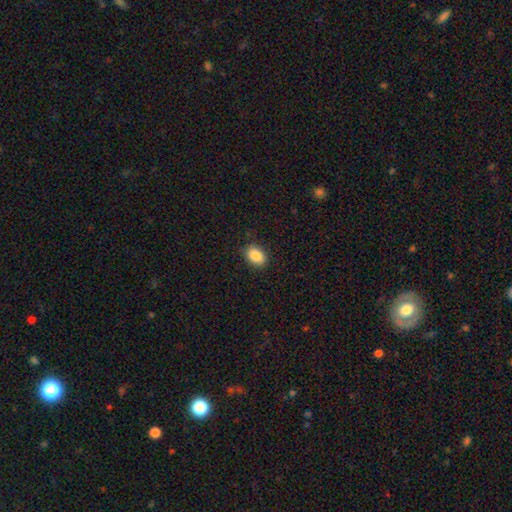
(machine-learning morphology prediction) smooth-or-featured: smooth: 87% | star or artifact: 8% | featured or disk: 5%
  how-rounded: in between: 78% | round: 21% | cigar-shaped: 1%
  merging: none: 87% | minor disturbance: 10% | major disturbance: 2% | merger: 1%